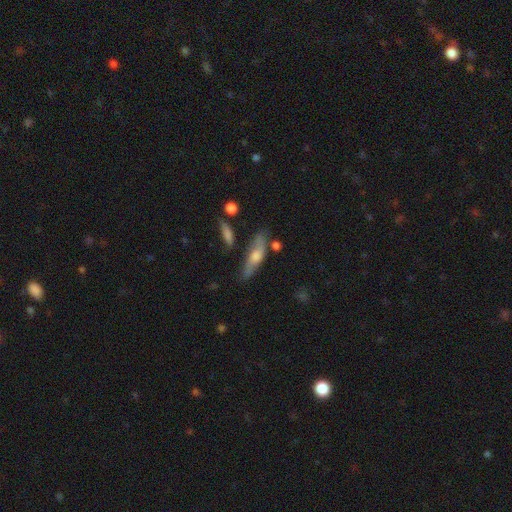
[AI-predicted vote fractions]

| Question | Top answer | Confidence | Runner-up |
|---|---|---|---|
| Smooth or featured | featured or disk | 49% | smooth (44%) |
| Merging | none | 70% | minor disturbance (18%) |